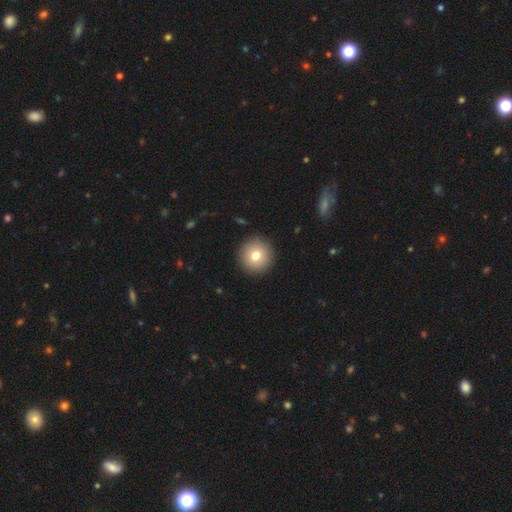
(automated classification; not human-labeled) Q: Smooth or featured?
A: smooth (76%); runner-up: featured or disk (14%)
Q: How rounded?
A: round (95%); runner-up: in between (4%)
Q: Merging?
A: none (92%); runner-up: minor disturbance (5%)